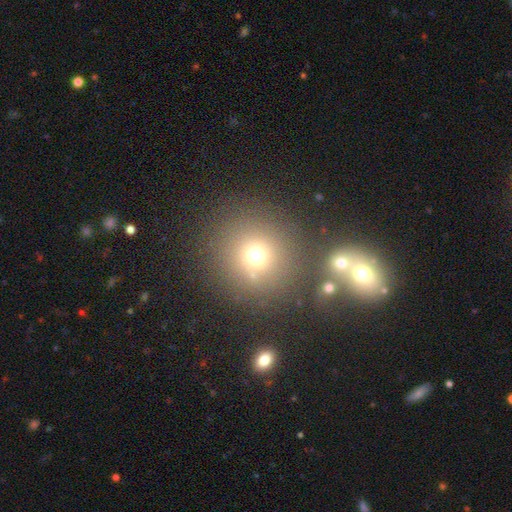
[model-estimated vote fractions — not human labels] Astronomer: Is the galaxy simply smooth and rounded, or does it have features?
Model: smooth — 69%.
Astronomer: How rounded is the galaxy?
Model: round — 92%.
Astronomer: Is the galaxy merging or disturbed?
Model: none — 74%.